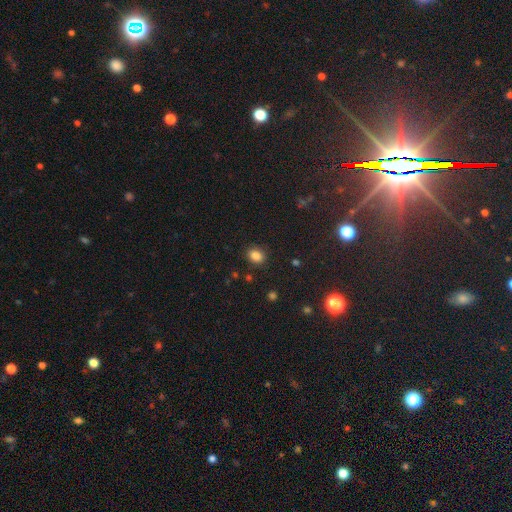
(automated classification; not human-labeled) Smooth or featured? Predicted: smooth (p=0.85). How rounded? Predicted: in between (p=0.57). Merging? Predicted: none (p=0.86).